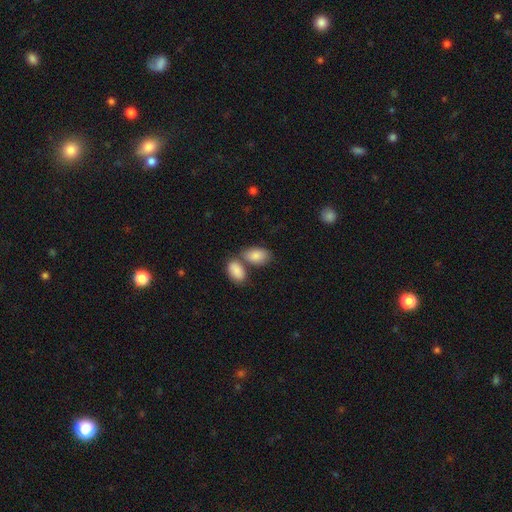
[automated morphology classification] smooth 87%, featured or disk 7%, star or artifact 6%. Down the decision tree: how rounded — in between (93%); merging — none (47%).